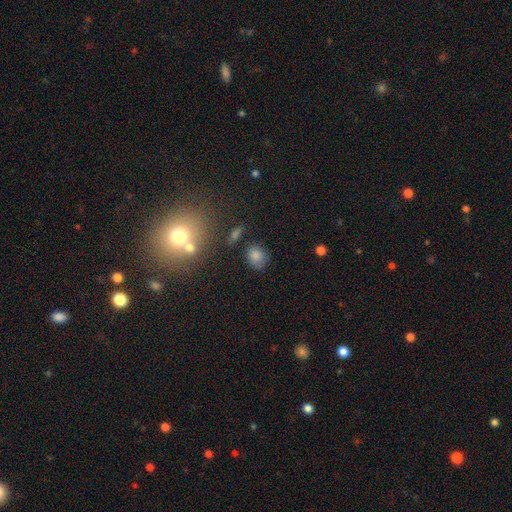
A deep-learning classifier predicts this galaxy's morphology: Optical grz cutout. It shows a smooth galaxy with no disk features (81%) that is round (61%). Merging: none (75%).